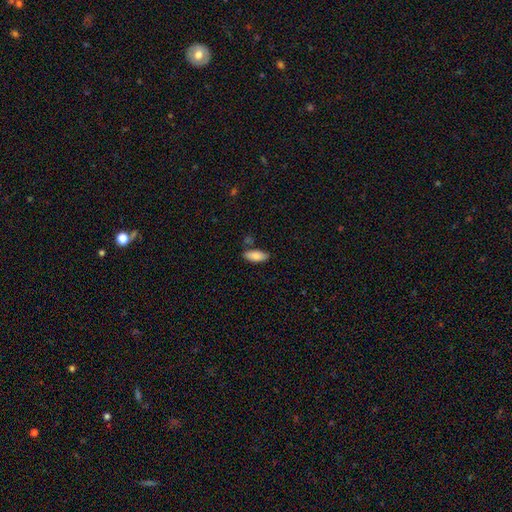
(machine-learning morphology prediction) Smooth or featured: smooth — 83% (featured or disk — 10%)
How rounded: in between — 83% (cigar-shaped — 15%)
Merging: none — 76% (minor disturbance — 14%)